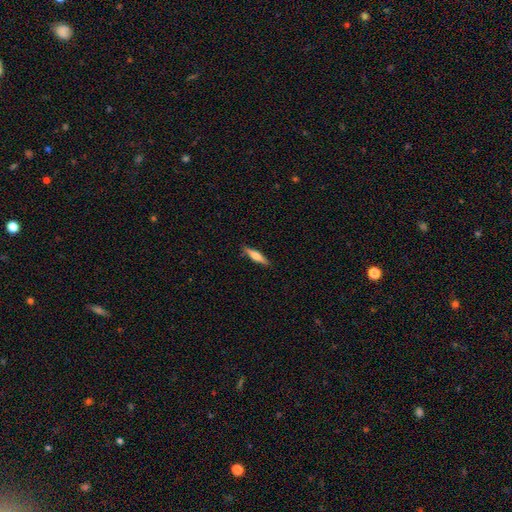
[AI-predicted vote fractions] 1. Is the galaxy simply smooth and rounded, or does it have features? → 50% smooth, 44% featured or disk, 6% star or artifact.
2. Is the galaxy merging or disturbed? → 89% none, 8% minor disturbance, 2% major disturbance, 1% merger.